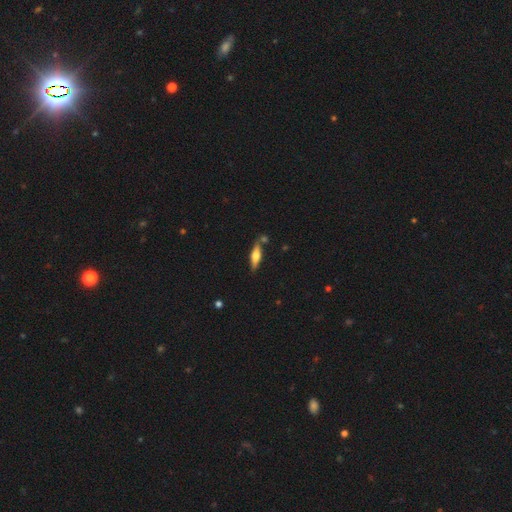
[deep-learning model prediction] Smooth or featured: featured or disk — 47% (tied with smooth — 47%)
Merging: none — 76% (minor disturbance — 13%)